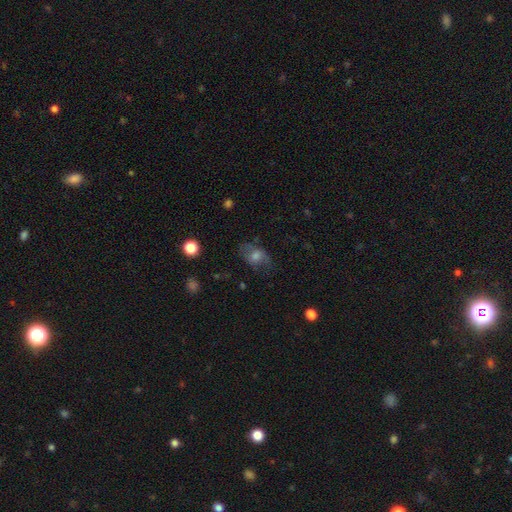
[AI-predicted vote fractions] A smooth galaxy with no disk features (49%).

Vote fractions:
- Smooth or featured? smooth: 49% / featured or disk: 35% / star or artifact: 16%
- Merging? none: 62% / minor disturbance: 22% / major disturbance: 14% / merger: 2%